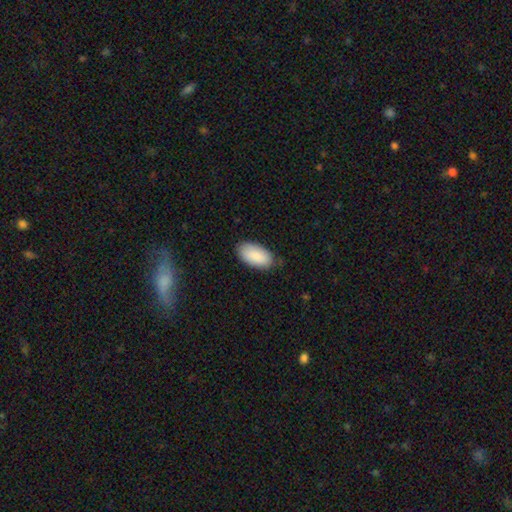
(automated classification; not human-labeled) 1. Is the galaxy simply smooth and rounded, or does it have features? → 89% smooth, 6% star or artifact, 5% featured or disk.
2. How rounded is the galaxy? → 96% in between, 2% cigar-shaped, 2% round.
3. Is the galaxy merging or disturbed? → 79% none, 17% minor disturbance, 3% major disturbance, 1% merger.